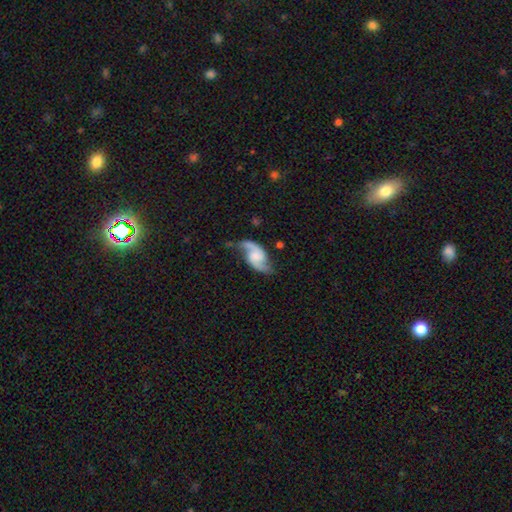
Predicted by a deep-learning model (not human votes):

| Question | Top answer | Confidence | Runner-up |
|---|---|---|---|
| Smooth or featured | featured or disk | 86% | smooth (9%) |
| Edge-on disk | no | 97% | yes (3%) |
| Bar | no | 53% | weak (37%) |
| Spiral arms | yes | 97% | no (3%) |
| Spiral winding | loose | 62% | medium (30%) |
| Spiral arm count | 2 | 93% | 1 (2%) |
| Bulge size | none | 42% | small (24%) |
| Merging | none | 66% | minor disturbance (20%) |